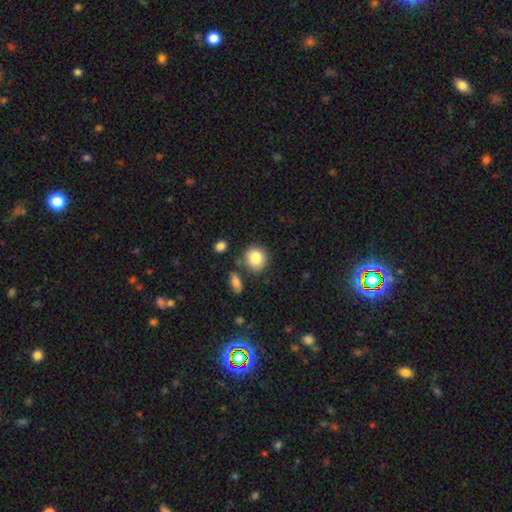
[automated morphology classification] A smooth galaxy with no disk features (84%) that is round (76%).

Vote fractions:
- Smooth or featured? smooth: 84% / star or artifact: 9% / featured or disk: 7%
- How rounded? round: 76% / in between: 23% / cigar-shaped: 1%
- Merging? none: 66% / minor disturbance: 17% / merger: 12% / major disturbance: 5%